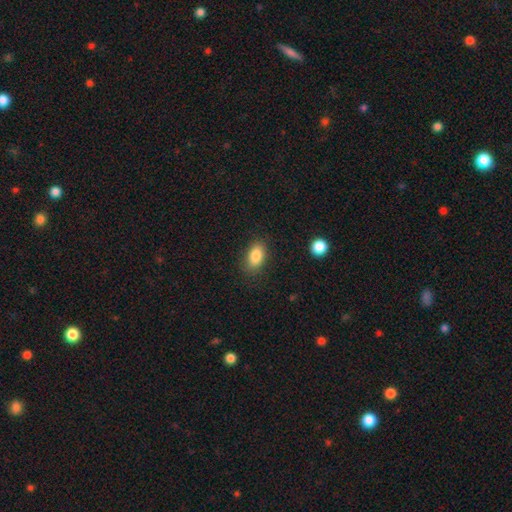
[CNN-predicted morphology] Smooth or featured? smooth (85%)
How rounded? in between (89%)
Merging? none (84%)